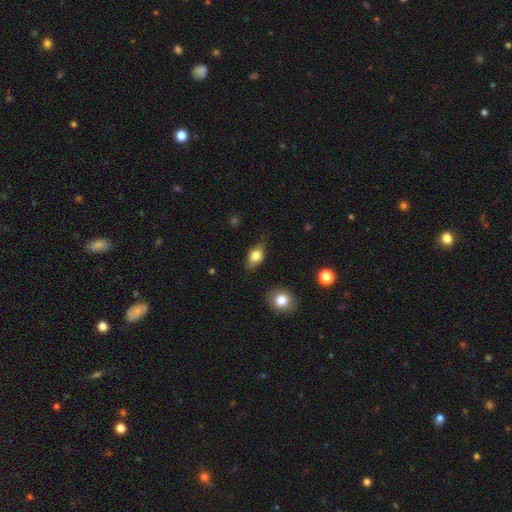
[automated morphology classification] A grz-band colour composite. It shows a smooth galaxy with no disk features (74%) that is in between round and cigar-shaped (80%). Merging: none (69%).